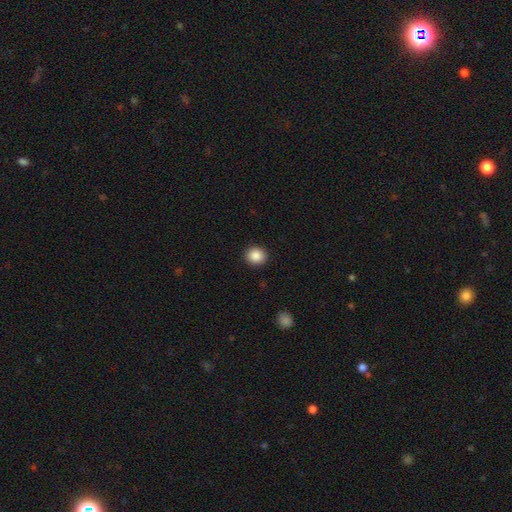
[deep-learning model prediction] A smooth galaxy with no disk features (88%) that is round (85%).

Vote fractions:
- Smooth or featured? smooth: 88% / star or artifact: 9% / featured or disk: 3%
- How rounded? round: 85% / in between: 14% / cigar-shaped: 1%
- Merging? none: 92% / minor disturbance: 5% / major disturbance: 2% / merger: 1%